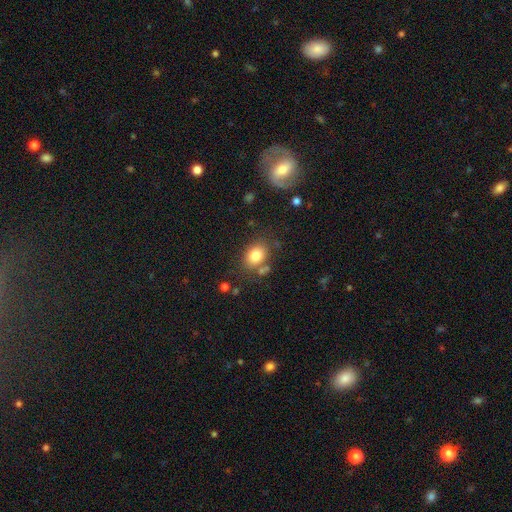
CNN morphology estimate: A smooth galaxy with no disk features (81%) that is in between round and cigar-shaped (62%). Merging: none (71%).